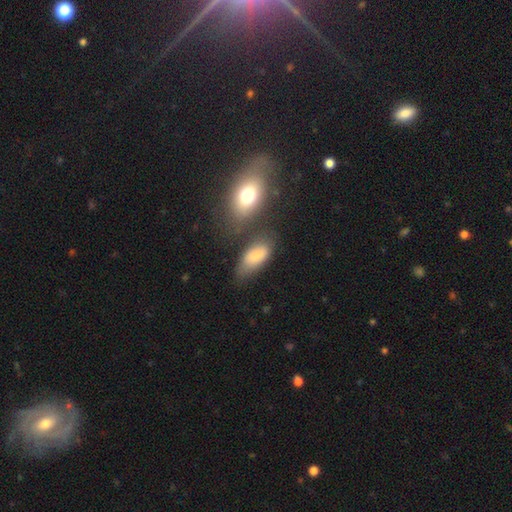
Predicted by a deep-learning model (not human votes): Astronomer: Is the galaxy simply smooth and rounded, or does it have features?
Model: smooth — 79%.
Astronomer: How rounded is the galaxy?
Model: in between — 89%.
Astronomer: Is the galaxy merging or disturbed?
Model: none — 52%.